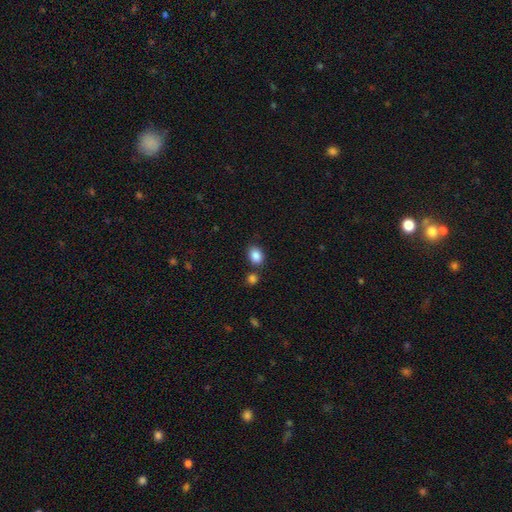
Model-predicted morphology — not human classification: Smooth or featured? Predicted: smooth (p=0.87). How rounded? Predicted: in between (p=0.64). Merging? Predicted: none (p=0.73).